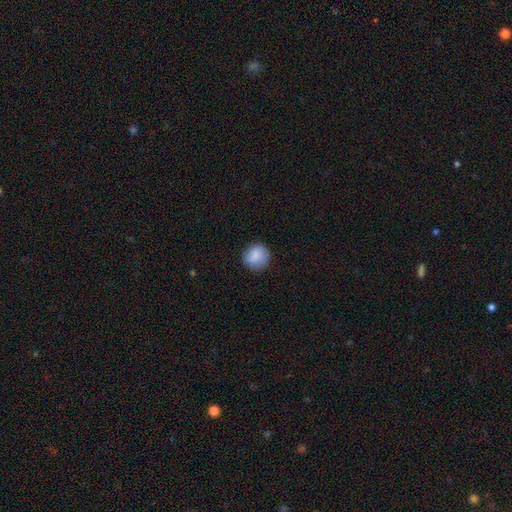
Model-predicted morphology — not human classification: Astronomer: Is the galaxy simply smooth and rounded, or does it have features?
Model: smooth — 85%.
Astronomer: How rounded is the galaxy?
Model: round — 87%.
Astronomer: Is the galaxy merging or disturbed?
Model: none — 83%.